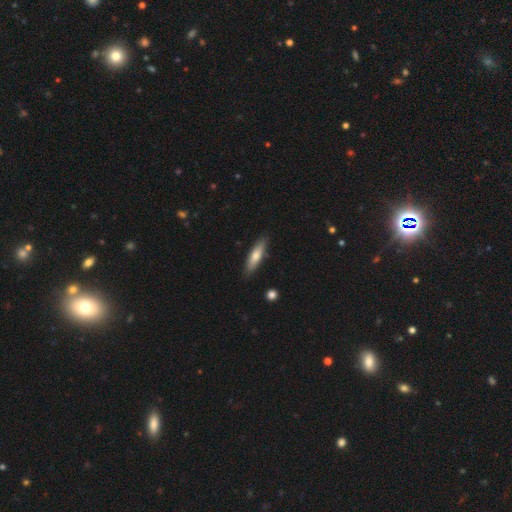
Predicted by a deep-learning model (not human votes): Smooth or featured? smooth (67%)
How rounded? cigar-shaped (69%)
Merging? none (85%)